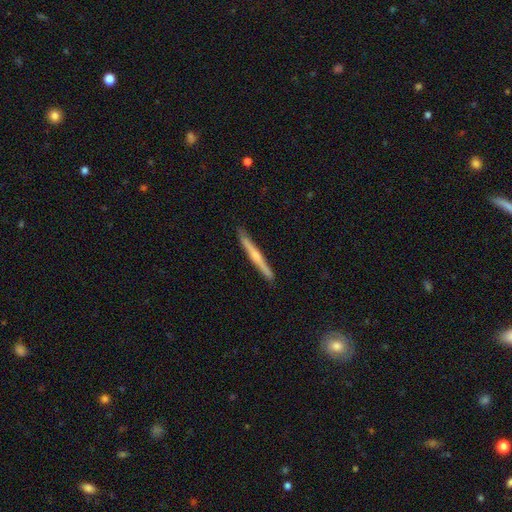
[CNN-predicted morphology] A featured or disk galaxy (59%) viewed edge-on (98%) with a rounded central bulge (60%).

Vote fractions:
- Smooth or featured? featured or disk: 59% / smooth: 36% / star or artifact: 6%
- Edge-on disk? yes: 98% / no: 2%
- Edge-on bulge? rounded: 60% / none: 33% / boxy: 7%
- Merging? none: 91% / minor disturbance: 7% / major disturbance: 1% / merger: 1%